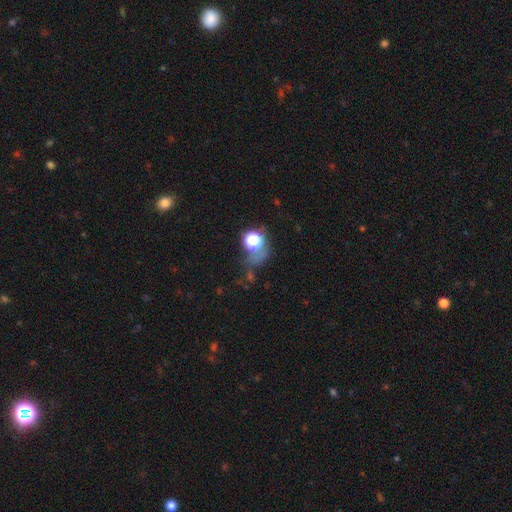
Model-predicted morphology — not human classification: A star or artifact, not a galaxy (46%).

Vote fractions:
- Smooth or featured? star or artifact: 46% / smooth: 42% / featured or disk: 11%